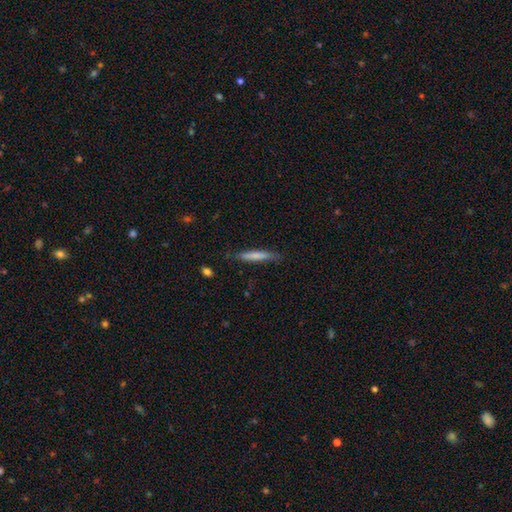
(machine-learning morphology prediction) smooth_or_featured: smooth (p=0.69) [alt: featured or disk p=0.26]
how_rounded: cigar-shaped (p=0.93) [alt: in between p=0.05]
merging: none (p=0.80) [alt: minor disturbance p=0.15]